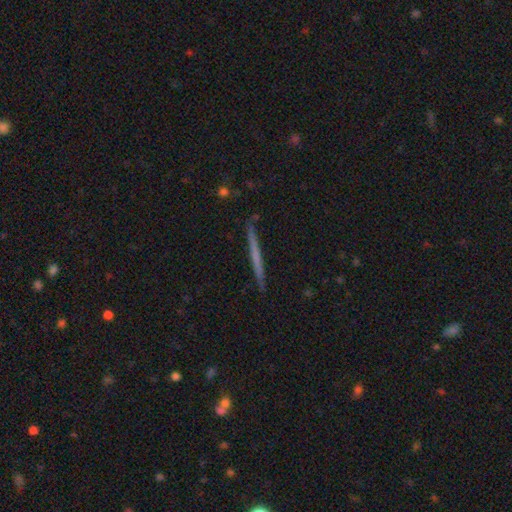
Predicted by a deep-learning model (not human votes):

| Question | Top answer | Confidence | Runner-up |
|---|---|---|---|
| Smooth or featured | featured or disk | 49% | smooth (45%) |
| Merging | none | 91% | minor disturbance (6%) |